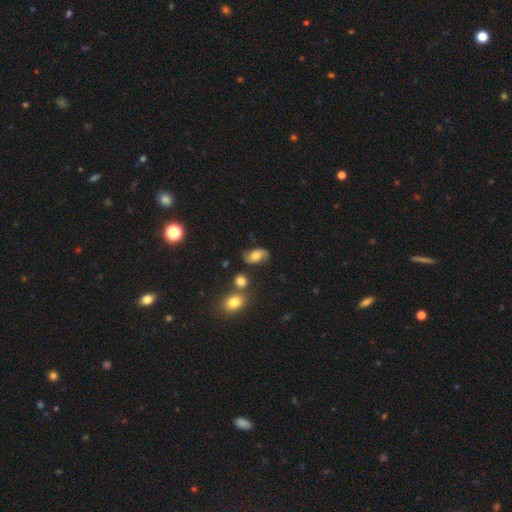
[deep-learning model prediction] Smooth or featured?
  - featured or disk: 47% *
  - smooth: 43%
  - star or artifact: 10%
Merging?
  - none: 71% *
  - minor disturbance: 18%
  - major disturbance: 6%
  - merger: 5%